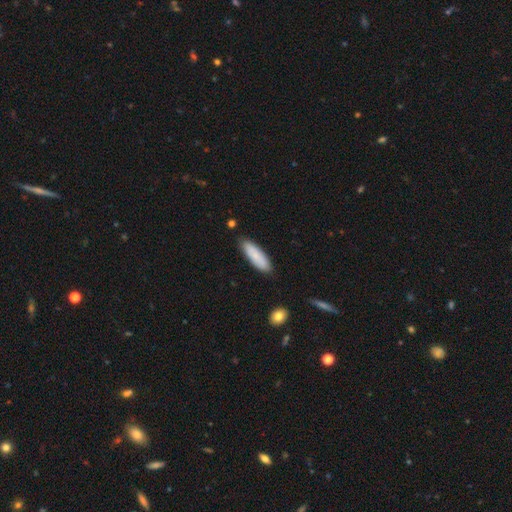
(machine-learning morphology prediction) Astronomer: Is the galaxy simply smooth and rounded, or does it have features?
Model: smooth — 82%.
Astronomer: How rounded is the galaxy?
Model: cigar-shaped — 51% (runner-up: in between, 48%).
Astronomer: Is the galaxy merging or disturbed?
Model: none — 84%.